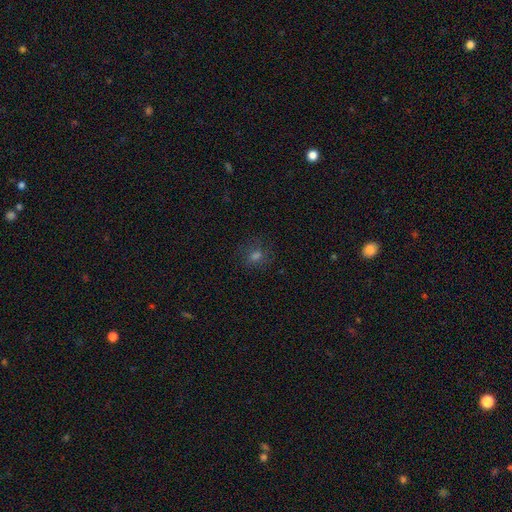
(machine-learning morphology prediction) smooth 58%, star or artifact 28%, featured or disk 13%. Down the decision tree: how rounded — round (70%); merging — none (79%).